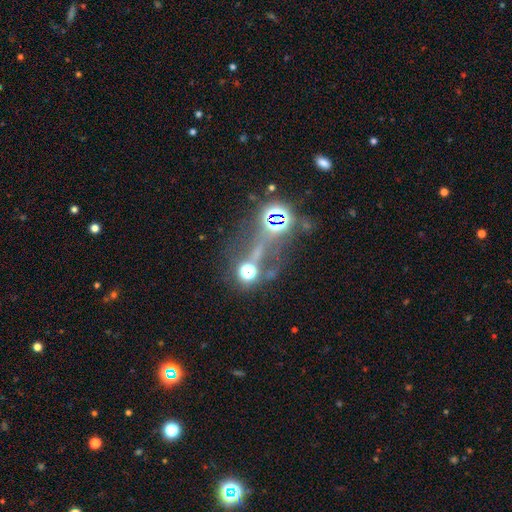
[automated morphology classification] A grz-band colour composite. It shows a star or artifact, not a galaxy (67%).